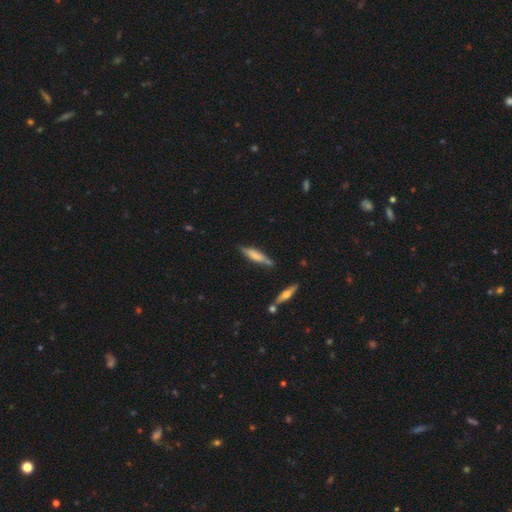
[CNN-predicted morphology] smooth-or-featured: smooth: 58% | featured or disk: 35% | star or artifact: 6%
  how-rounded: cigar-shaped: 80% | in between: 19% | round: 2%
  merging: none: 70% | minor disturbance: 19% | merger: 7% | major disturbance: 3%